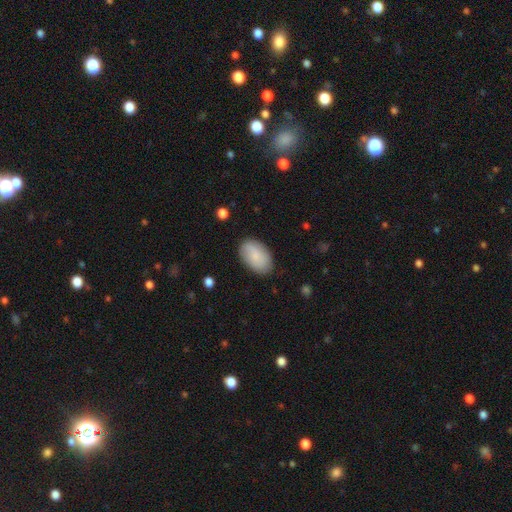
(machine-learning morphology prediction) Smooth or featured? Predicted: smooth (p=0.84). How rounded? Predicted: in between (p=0.92). Merging? Predicted: none (p=0.82).